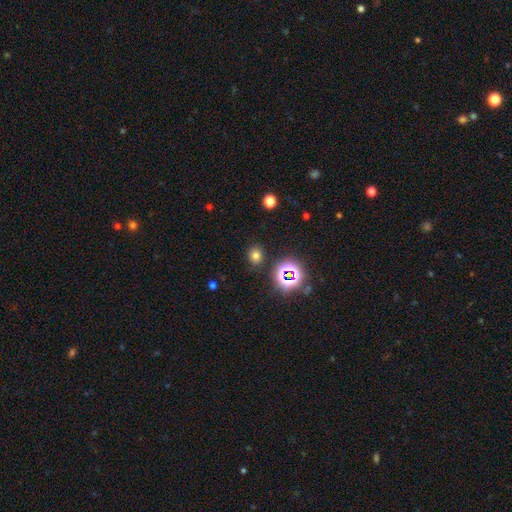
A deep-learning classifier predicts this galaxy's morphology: Q: Smooth or featured?
A: smooth (69%); runner-up: star or artifact (24%)
Q: How rounded?
A: round (67%); runner-up: in between (32%)
Q: Merging?
A: none (86%); runner-up: minor disturbance (8%)